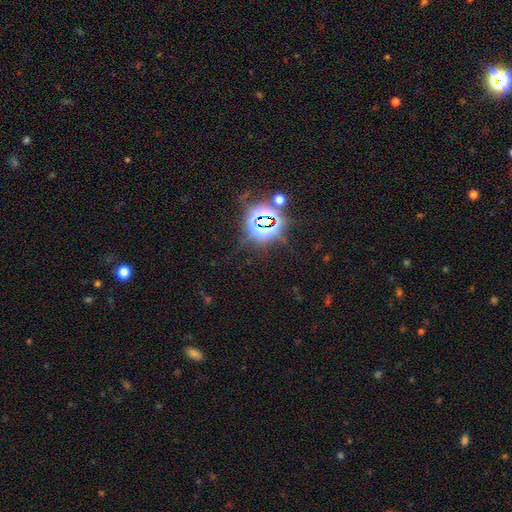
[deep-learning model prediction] Smooth or featured? Predicted: star or artifact (p=0.83).